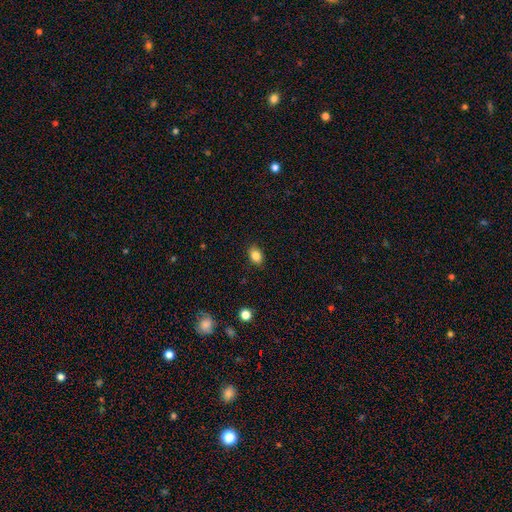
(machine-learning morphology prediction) This appears to be a smooth galaxy with no disk features (84%) that is in between round and cigar-shaped (79%). Merging: none (87%).